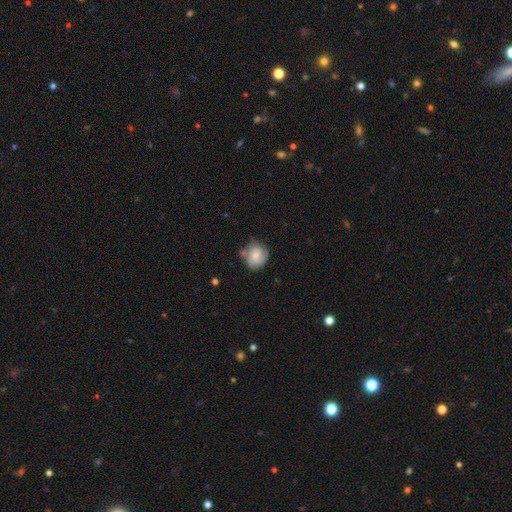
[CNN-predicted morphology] The model was most divided on "smooth or featured": smooth: 55%, featured or disk: 37%, star or artifact: 8%. More confident: how rounded — round (78%); merging — none (57%).